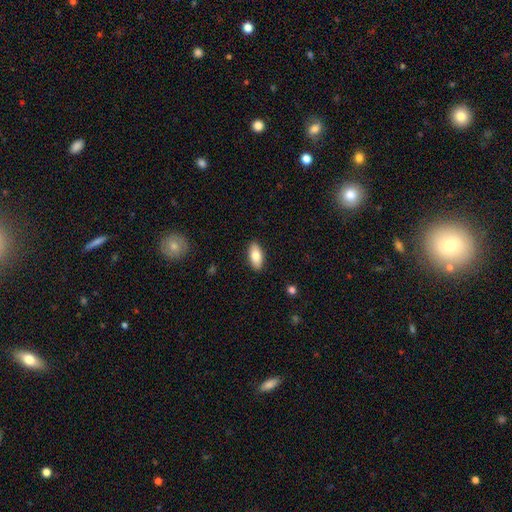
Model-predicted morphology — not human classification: A smooth galaxy with no disk features (82%) that is in between round and cigar-shaped (89%). Merging: none (89%).